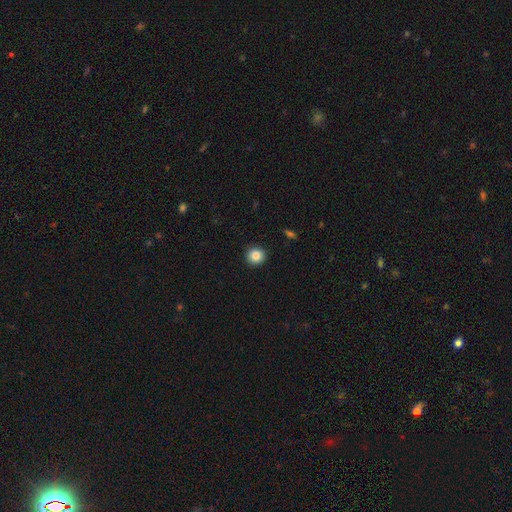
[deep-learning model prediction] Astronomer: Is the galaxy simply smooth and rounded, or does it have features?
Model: smooth — 86%.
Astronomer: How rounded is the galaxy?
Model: round — 93%.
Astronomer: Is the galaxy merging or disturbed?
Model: none — 92%.